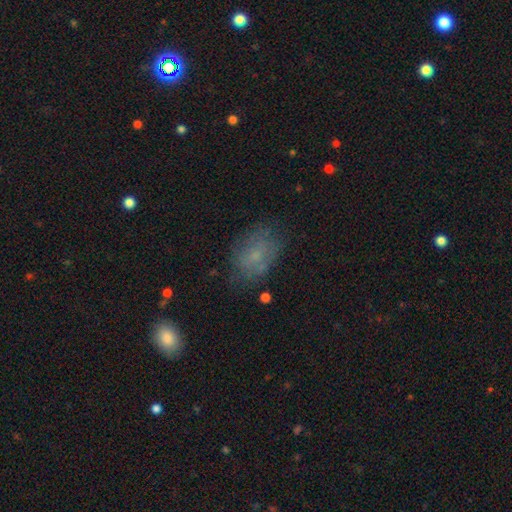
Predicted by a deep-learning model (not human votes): Smooth or featured? smooth (62%)
How rounded? in between (81%)
Merging? none (68%)